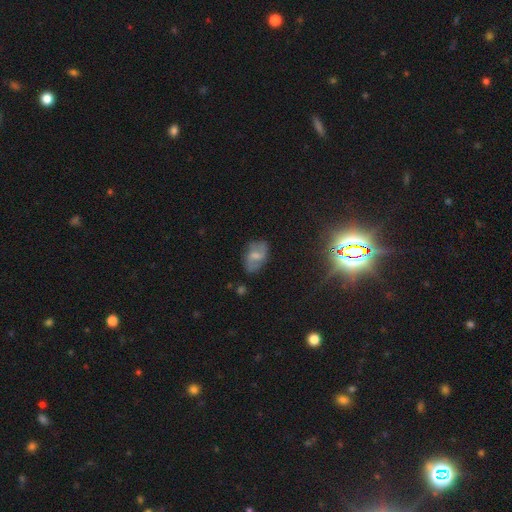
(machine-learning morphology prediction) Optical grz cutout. It shows a featured or disk galaxy (53%) with a weak bar (53%), spiral arms (78%) and a moderate central bulge (41%). Merging: none (69%).